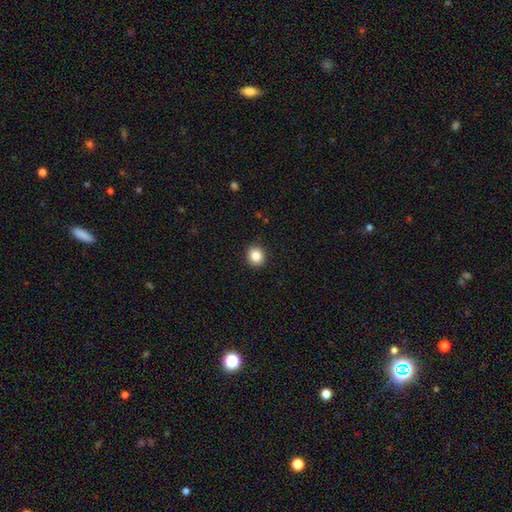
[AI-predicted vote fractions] The model was most divided on "how rounded": round: 82%, in between: 17%, cigar-shaped: 1%. More confident: merging — none (92%); smooth or featured — smooth (86%).